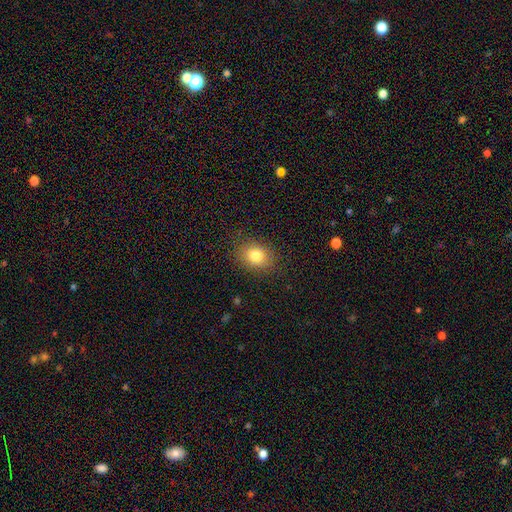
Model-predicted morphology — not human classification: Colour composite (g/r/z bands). It shows a smooth galaxy with no disk features (81%) that is in between round and cigar-shaped (53%). Merging: none (86%).